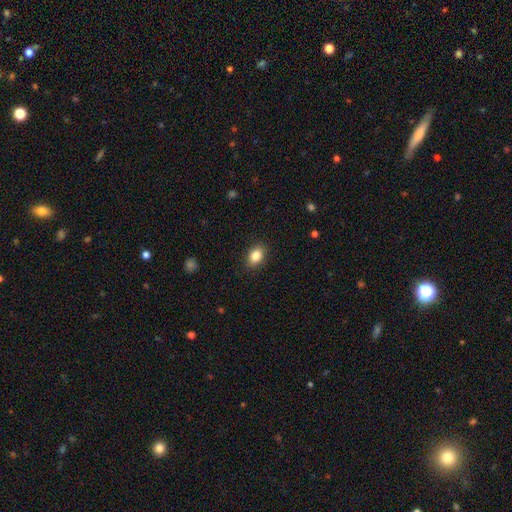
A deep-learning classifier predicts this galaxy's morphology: smooth_or_featured: smooth (p=0.85) [alt: star or artifact p=0.09]
how_rounded: in between (p=0.78) [alt: round p=0.20]
merging: none (p=0.88) [alt: minor disturbance p=0.09]